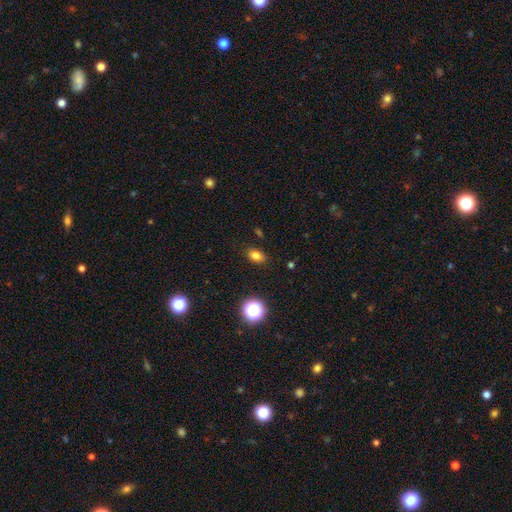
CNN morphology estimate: smooth-or-featured: smooth: 80% | star or artifact: 14% | featured or disk: 7%
  how-rounded: in between: 80% | round: 19% | cigar-shaped: 2%
  merging: none: 86% | minor disturbance: 10% | major disturbance: 2% | merger: 1%